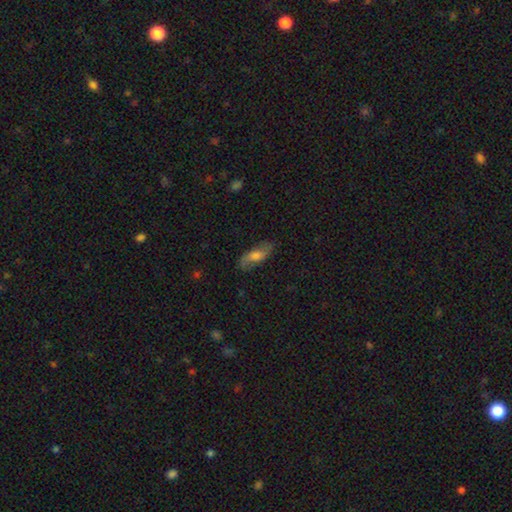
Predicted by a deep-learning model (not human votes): The model was most divided on "smooth or featured": smooth: 48%, featured or disk: 44%, star or artifact: 8%. More confident: merging — none (77%).